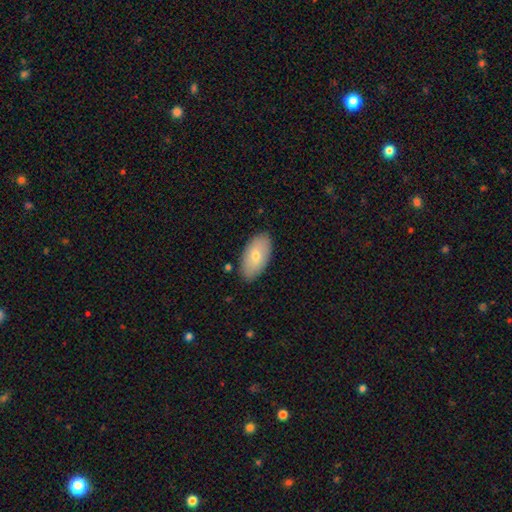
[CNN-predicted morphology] Overall: smooth (71%). How rounded: in between (94%). Merging: none (86%).